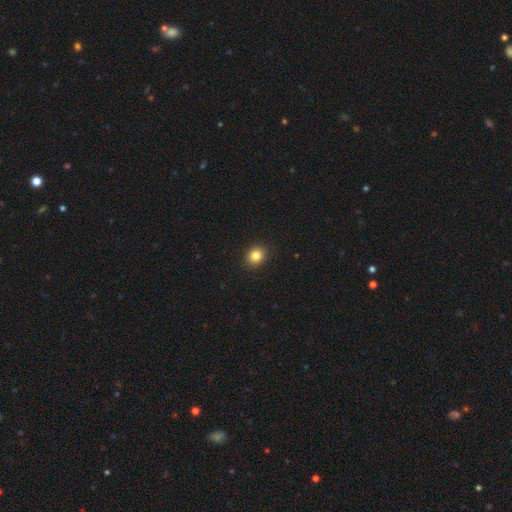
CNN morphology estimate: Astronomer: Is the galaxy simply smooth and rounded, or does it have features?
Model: smooth — 84%.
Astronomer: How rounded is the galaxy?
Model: round — 64%.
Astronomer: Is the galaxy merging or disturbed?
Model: none — 91%.